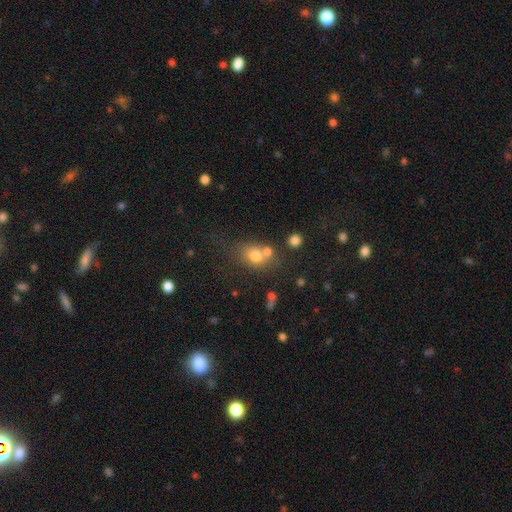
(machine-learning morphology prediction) smooth 73%, featured or disk 13%, star or artifact 13%. Down the decision tree: how rounded — in between (50%); merging — none (44%).